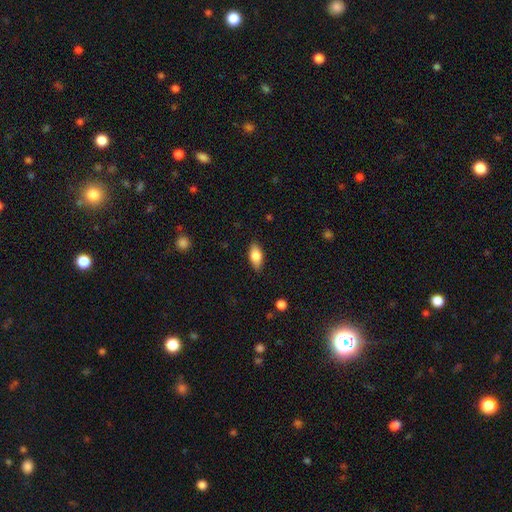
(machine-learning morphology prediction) smooth 76%, featured or disk 17%, star or artifact 7%. Down the decision tree: how rounded — in between (86%); merging — none (85%).